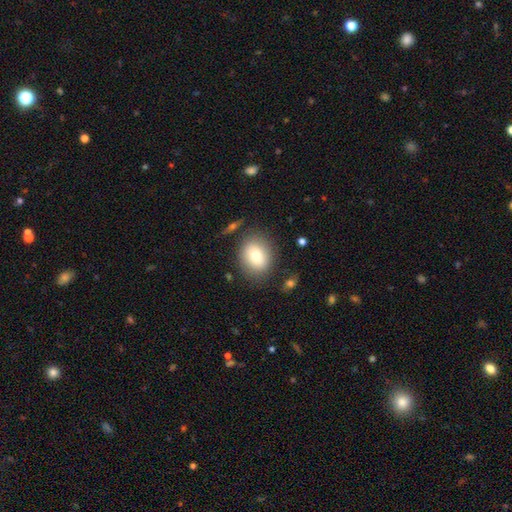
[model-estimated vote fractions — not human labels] smooth 76%, featured or disk 15%, star or artifact 9%. Down the decision tree: how rounded — round (63%); merging — none (81%).